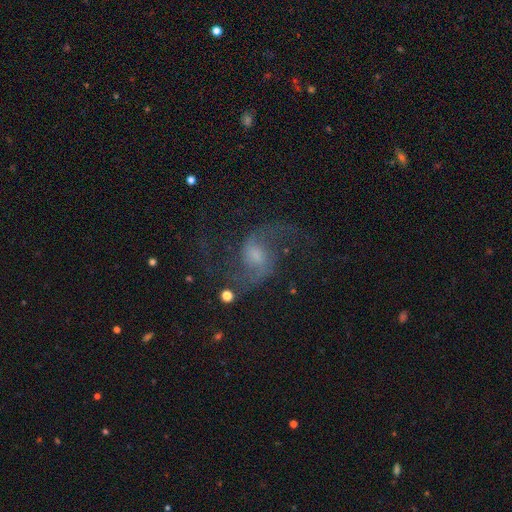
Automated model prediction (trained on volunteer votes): This appears to be a featured or disk galaxy (87%) with a weak bar (48%), 2 (94%) loose (68%) spiral arms (97%) and a small central bulge (38%). Merging: none (70%).